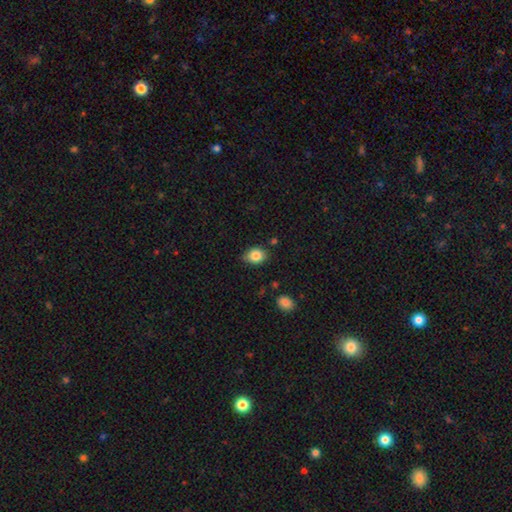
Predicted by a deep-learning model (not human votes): Morphology: type=smooth (84%); roundness=in between (62%); merging=none (79%).